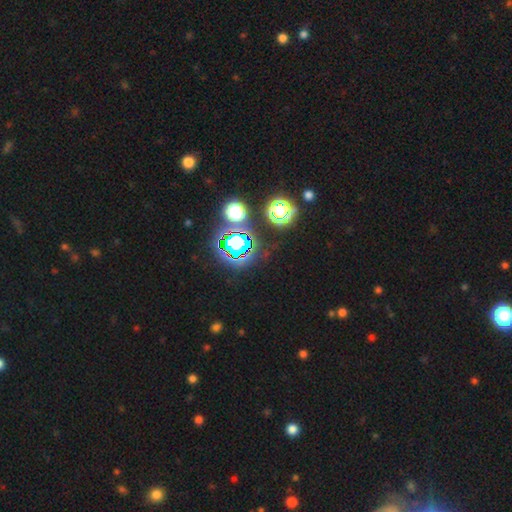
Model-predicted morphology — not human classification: The model was most divided on "smooth or featured": star or artifact: 80%, smooth: 13%, featured or disk: 7%.